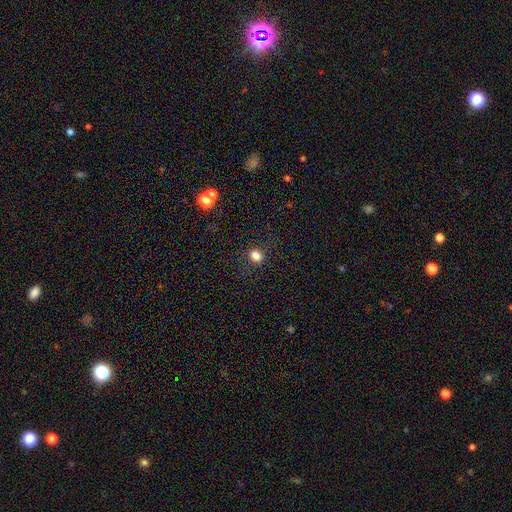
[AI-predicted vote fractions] This appears to be a smooth galaxy with no disk features (82%) that is round (61%). Merging: none (85%).